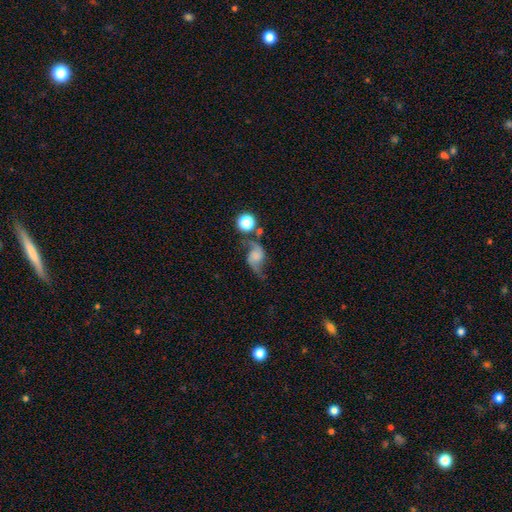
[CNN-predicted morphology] A featured or disk galaxy (72%) with no bar (67%), 2 (92%) loose (82%) spiral arms (94%) and no central bulge (42%). Merging: none (54%).